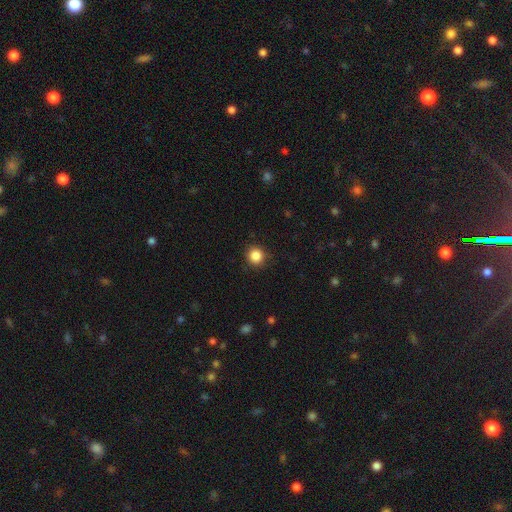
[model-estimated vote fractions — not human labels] Smooth or featured? smooth (86%)
How rounded? round (93%)
Merging? none (90%)